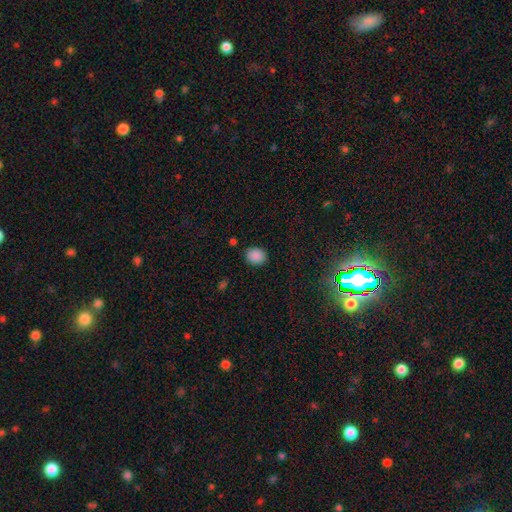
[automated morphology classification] smooth 88%, star or artifact 9%, featured or disk 3%. Down the decision tree: how rounded — round (60%); merging — none (86%).